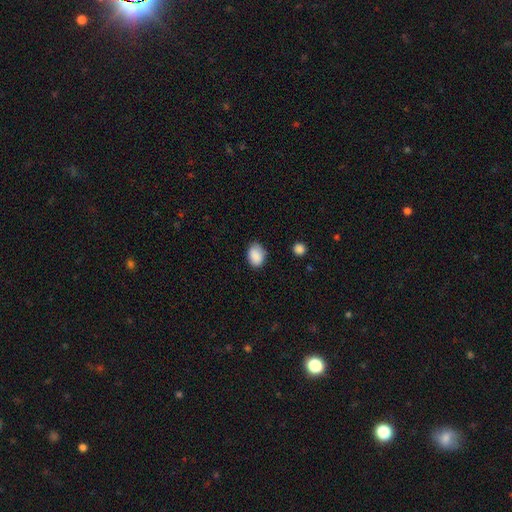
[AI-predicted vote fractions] Smooth or featured? smooth (88%)
How rounded? in between (79%)
Merging? none (76%)